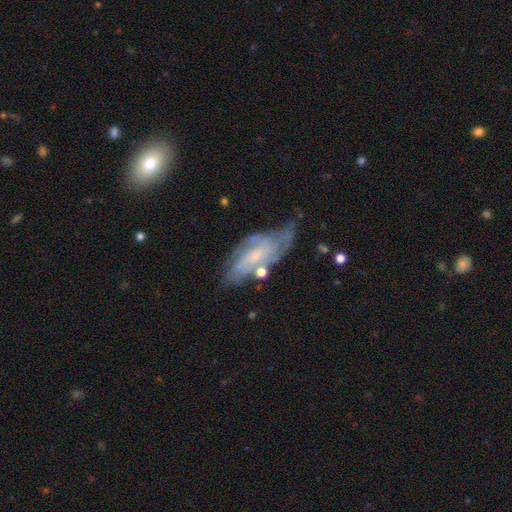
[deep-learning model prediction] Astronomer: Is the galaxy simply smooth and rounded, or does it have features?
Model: featured or disk — 73%.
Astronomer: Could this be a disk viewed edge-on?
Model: no — 90%.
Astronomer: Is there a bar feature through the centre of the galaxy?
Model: no — 55% (runner-up: weak, 36%).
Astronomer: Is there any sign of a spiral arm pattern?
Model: yes — 86%.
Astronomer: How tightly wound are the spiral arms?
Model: tight — 43% (runner-up: medium, 40%).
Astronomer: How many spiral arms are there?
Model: can't tell — 41% (runner-up: 2, 28%).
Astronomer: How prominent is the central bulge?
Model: small — 54%.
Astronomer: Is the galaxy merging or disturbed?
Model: none — 47% (runner-up: minor disturbance, 29%).